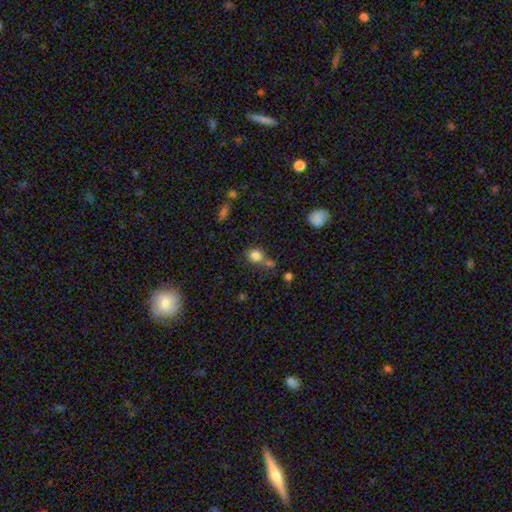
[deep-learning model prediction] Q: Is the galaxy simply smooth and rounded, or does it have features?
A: smooth — 82%.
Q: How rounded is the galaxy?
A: round — 68%.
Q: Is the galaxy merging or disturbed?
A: none — 54%.